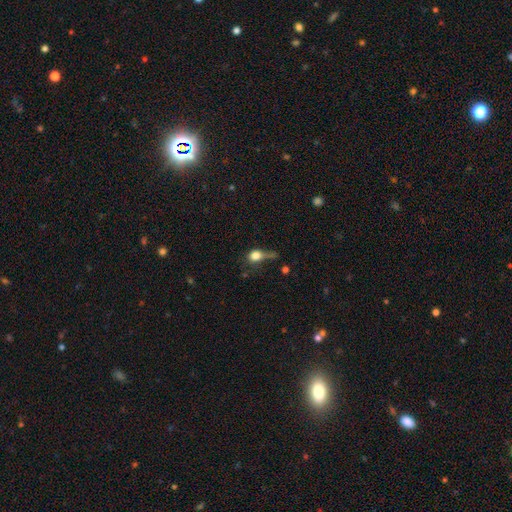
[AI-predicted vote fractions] Smooth or featured: smooth — 75% (featured or disk — 14%)
How rounded: round — 51% (in between — 45%)
Merging: major disturbance — 34% (none — 30%)